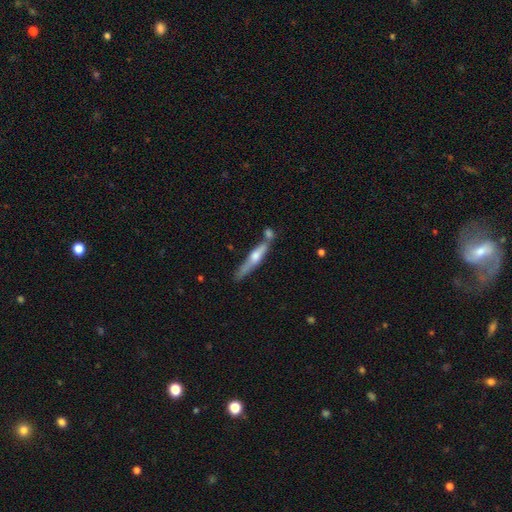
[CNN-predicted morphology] Q: Smooth or featured?
A: featured or disk (57%); runner-up: smooth (37%)
Q: Edge-on disk?
A: yes (92%); runner-up: no (8%)
Q: Edge-on bulge?
A: rounded (84%); runner-up: none (9%)
Q: Merging?
A: none (62%); runner-up: merger (18%)